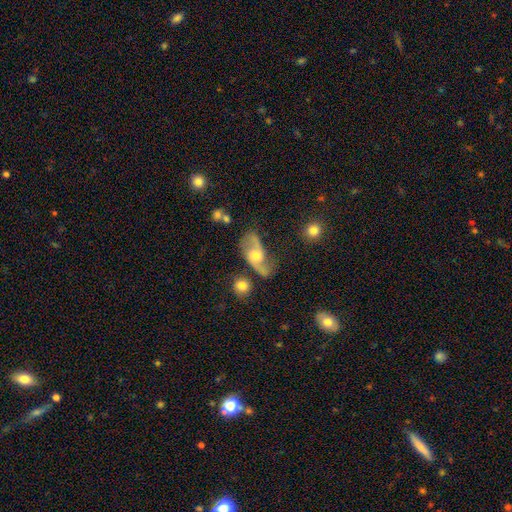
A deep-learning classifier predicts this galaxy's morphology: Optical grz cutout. It shows a featured or disk galaxy (76%) with no bar (60%), 2 (90%) loose (65%) spiral arms (91%) and a moderate central bulge (67%). Merging: none (58%).